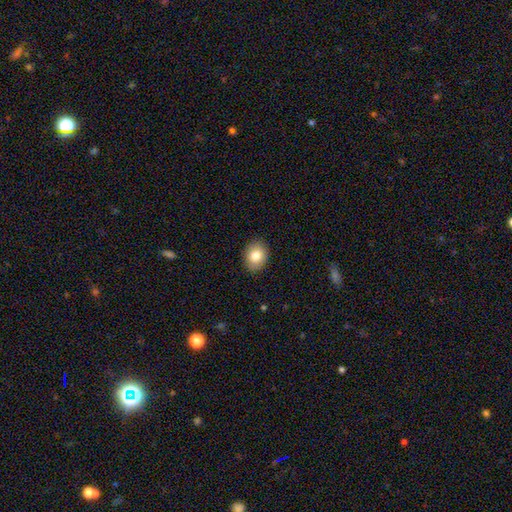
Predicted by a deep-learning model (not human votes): A smooth galaxy with no disk features (84%) that is in between round and cigar-shaped (52%).

Vote fractions:
- Smooth or featured? smooth: 84% / star or artifact: 8% / featured or disk: 8%
- How rounded? in between: 52% / round: 47% / cigar-shaped: 1%
- Merging? none: 89% / minor disturbance: 8% / major disturbance: 2% / merger: 1%